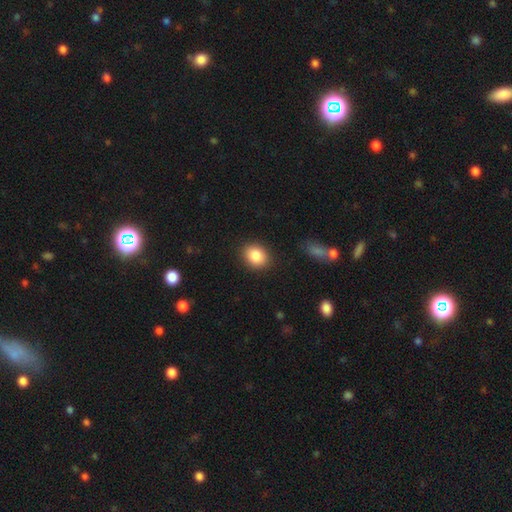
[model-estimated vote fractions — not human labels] Morphology: type=smooth (86%); roundness=round (53%); merging=none (88%).